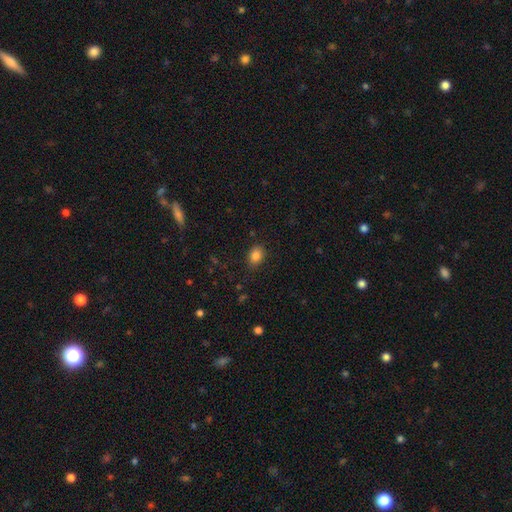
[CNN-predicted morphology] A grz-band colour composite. It shows a smooth galaxy with no disk features (84%) that is in between round and cigar-shaped (72%). Merging: none (85%).